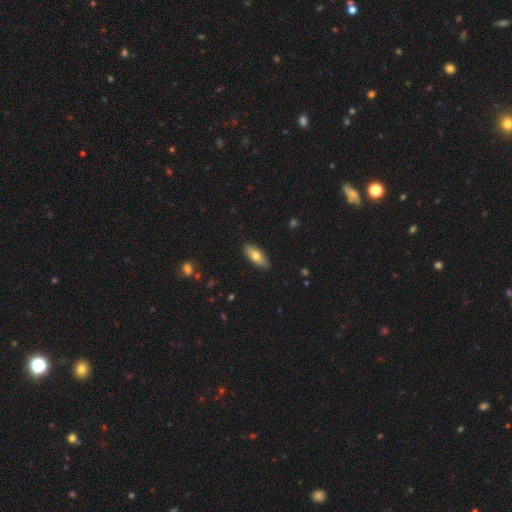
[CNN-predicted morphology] The model was most divided on "smooth or featured": smooth: 71%, featured or disk: 24%, star or artifact: 6%. More confident: merging — none (88%); how rounded — in between (79%).